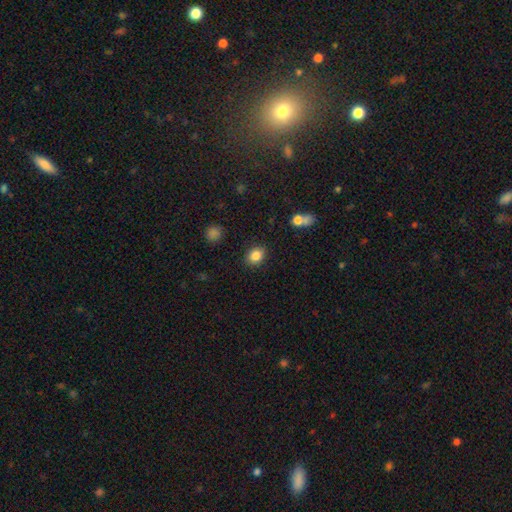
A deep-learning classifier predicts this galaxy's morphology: A smooth galaxy with no disk features (85%) that is in between round and cigar-shaped (56%).

Vote fractions:
- Smooth or featured? smooth: 85% / star or artifact: 10% / featured or disk: 5%
- How rounded? in between: 56% / round: 43% / cigar-shaped: 1%
- Merging? none: 87% / minor disturbance: 9% / major disturbance: 3% / merger: 2%